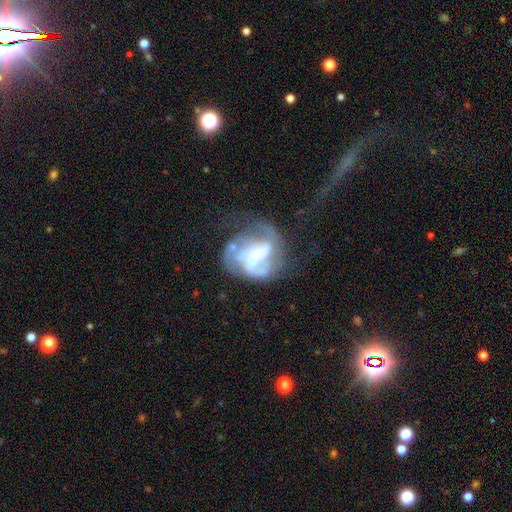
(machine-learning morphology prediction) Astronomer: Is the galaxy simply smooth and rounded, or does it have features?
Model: featured or disk — 74%.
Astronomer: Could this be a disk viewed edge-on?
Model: no — 98%.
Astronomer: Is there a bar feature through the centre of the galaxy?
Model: weak — 40% (runner-up: no, 36%).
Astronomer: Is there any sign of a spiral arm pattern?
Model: yes — 72%.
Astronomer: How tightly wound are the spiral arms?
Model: medium — 42% (runner-up: loose, 36%).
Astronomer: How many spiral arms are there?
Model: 2 — 41% (runner-up: can't tell, 25%).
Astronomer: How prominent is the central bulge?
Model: moderate — 35%, tied with small at 35%.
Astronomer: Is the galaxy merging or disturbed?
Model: major disturbance — 37% (runner-up: none, 35%).